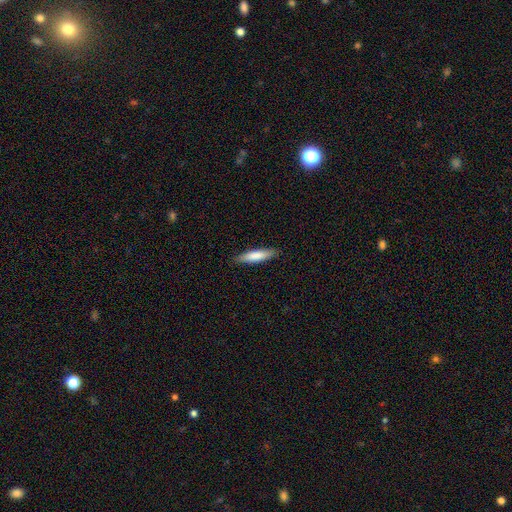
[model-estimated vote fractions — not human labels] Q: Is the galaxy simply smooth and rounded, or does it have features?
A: smooth — 81%.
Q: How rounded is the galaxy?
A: cigar-shaped — 76%.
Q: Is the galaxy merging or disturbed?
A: none — 88%.